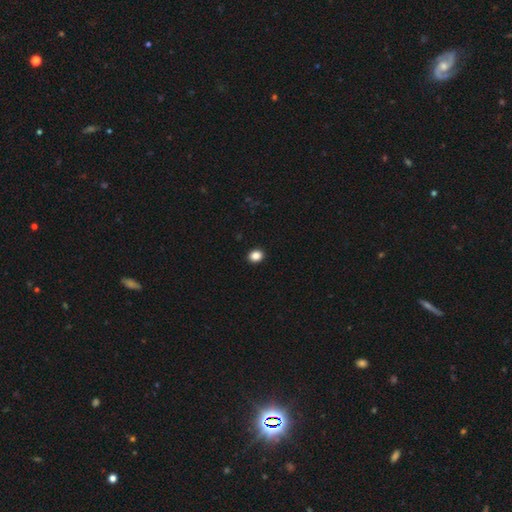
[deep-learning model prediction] smooth 87%, star or artifact 10%, featured or disk 3%. Down the decision tree: how rounded — round (58%); merging — none (92%).